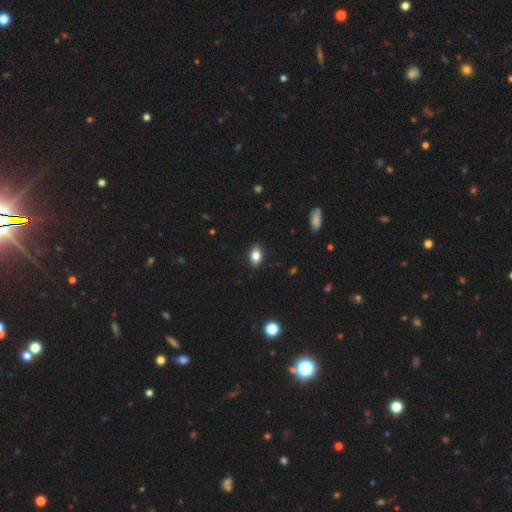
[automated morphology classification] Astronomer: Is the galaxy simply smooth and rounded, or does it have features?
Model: smooth — 82%.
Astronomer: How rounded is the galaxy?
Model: in between — 83%.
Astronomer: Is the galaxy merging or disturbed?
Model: none — 88%.